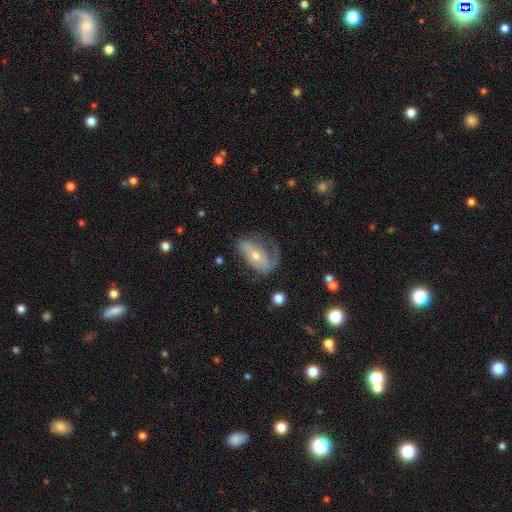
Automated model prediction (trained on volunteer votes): This appears to be a featured or disk galaxy (66%) with no bar (56%), spiral arms (78%) and a small central bulge (50%). Merging: none (42%).